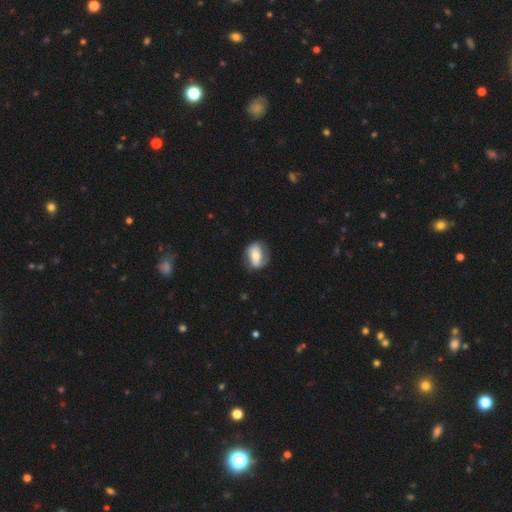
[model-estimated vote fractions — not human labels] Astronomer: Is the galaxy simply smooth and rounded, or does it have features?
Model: smooth — 53% (runner-up: featured or disk, 41%).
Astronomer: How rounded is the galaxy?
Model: in between — 77%.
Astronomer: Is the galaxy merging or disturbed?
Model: none — 63%.